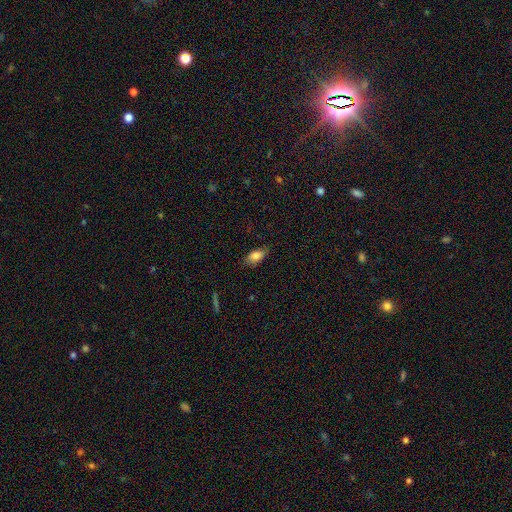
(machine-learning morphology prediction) A smooth galaxy with no disk features (81%) that is in between round and cigar-shaped (88%).

Vote fractions:
- Smooth or featured? smooth: 81% / featured or disk: 11% / star or artifact: 8%
- How rounded? in between: 88% / cigar-shaped: 8% / round: 4%
- Merging? none: 78% / minor disturbance: 17% / major disturbance: 3% / merger: 1%